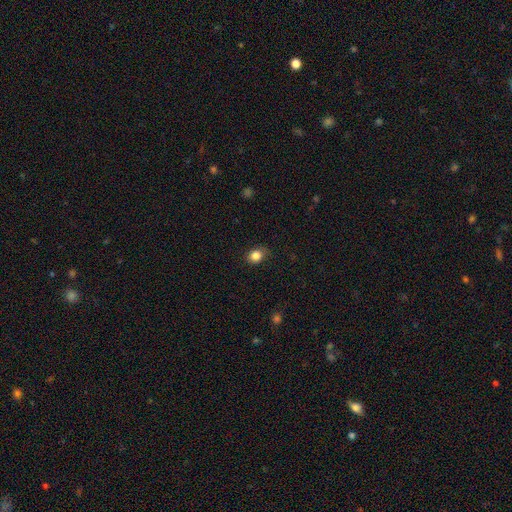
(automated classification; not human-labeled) smooth 84%, star or artifact 11%, featured or disk 5%. Down the decision tree: how rounded — round (59%); merging — none (82%).